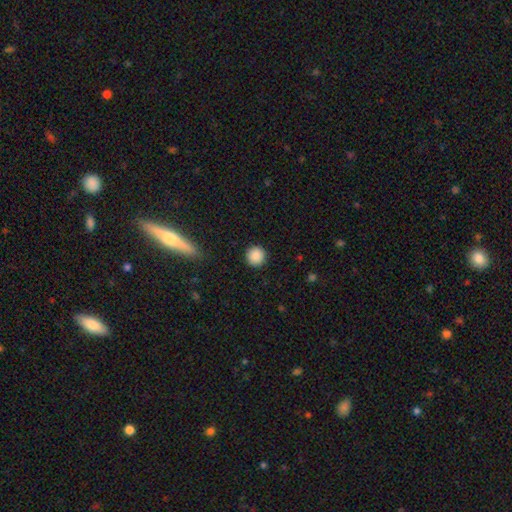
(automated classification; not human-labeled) A smooth galaxy with no disk features (89%) that is round (96%).

Vote fractions:
- Smooth or featured? smooth: 89% / star or artifact: 8% / featured or disk: 3%
- How rounded? round: 96% / in between: 3% / cigar-shaped: 1%
- Merging? none: 92% / minor disturbance: 5% / major disturbance: 2% / merger: 1%